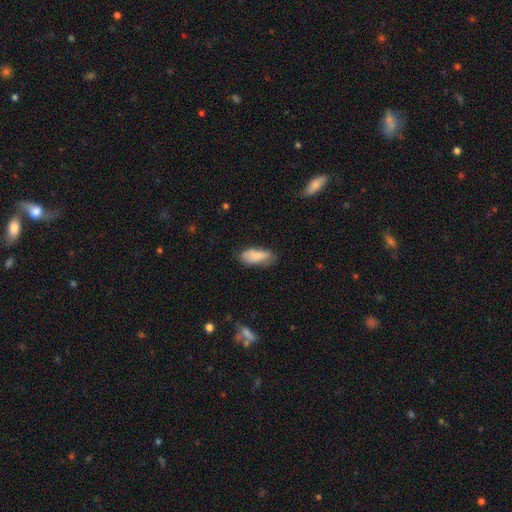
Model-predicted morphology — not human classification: The model was most divided on "merging": none: 62%, minor disturbance: 28%, major disturbance: 8%, merger: 2%. More confident: smooth or featured — smooth (83%); how rounded — in between (80%).